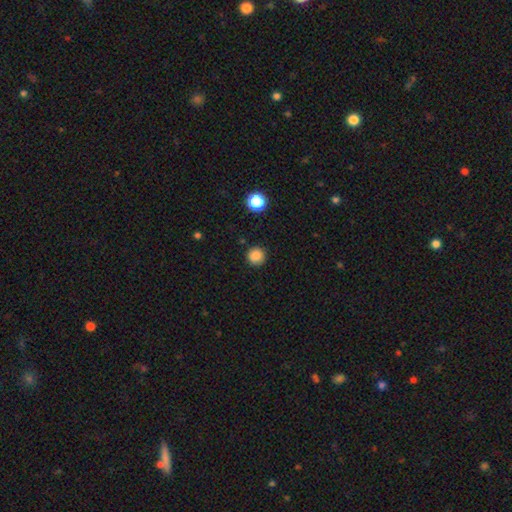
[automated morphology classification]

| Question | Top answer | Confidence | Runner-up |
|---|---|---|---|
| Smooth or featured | smooth | 86% | star or artifact (11%) |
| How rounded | round | 94% | in between (5%) |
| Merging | none | 90% | minor disturbance (6%) |